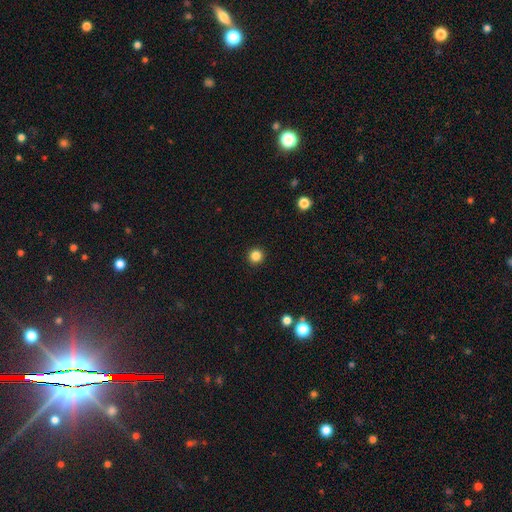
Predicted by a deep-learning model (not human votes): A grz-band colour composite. It shows a smooth galaxy with no disk features (85%) that is round (95%). Merging: none (93%).